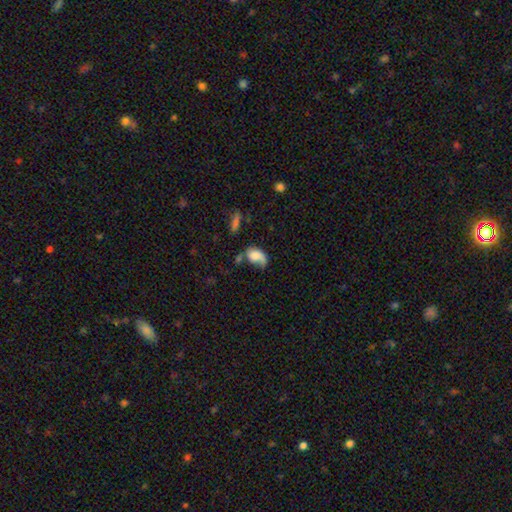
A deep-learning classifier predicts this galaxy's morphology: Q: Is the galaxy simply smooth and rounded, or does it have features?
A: smooth — 65%.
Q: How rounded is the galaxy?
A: in between — 83%.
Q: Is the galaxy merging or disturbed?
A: none — 33%.